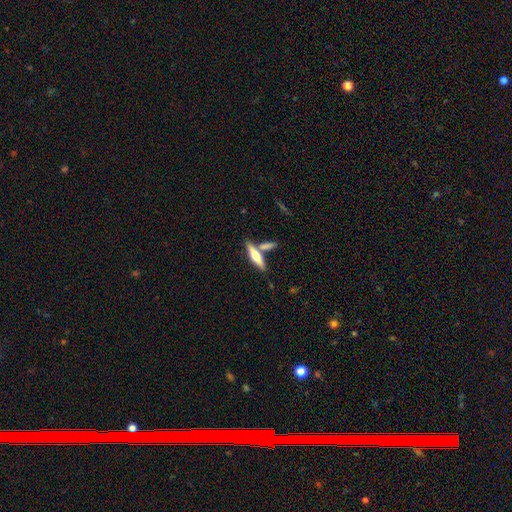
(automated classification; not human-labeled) smooth 53%, featured or disk 41%, star or artifact 6%. Down the decision tree: how rounded — cigar-shaped (73%); merging — none (63%).